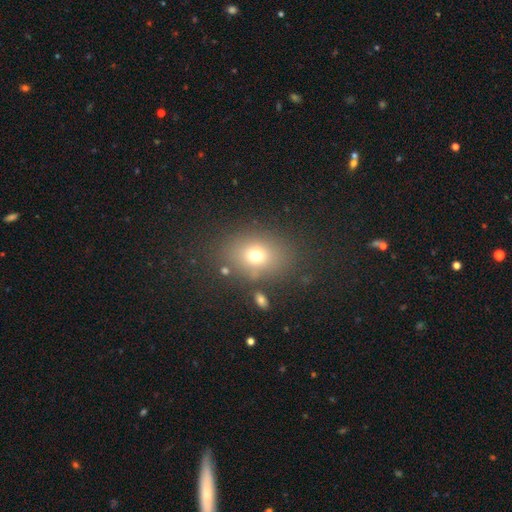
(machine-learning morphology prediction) Smooth or featured?
  - smooth: 71% *
  - star or artifact: 16%
  - featured or disk: 13%
How rounded?
  - in between: 58% *
  - round: 41%
  - cigar-shaped: 1%
Merging?
  - none: 76% *
  - minor disturbance: 12%
  - major disturbance: 7%
  - merger: 5%